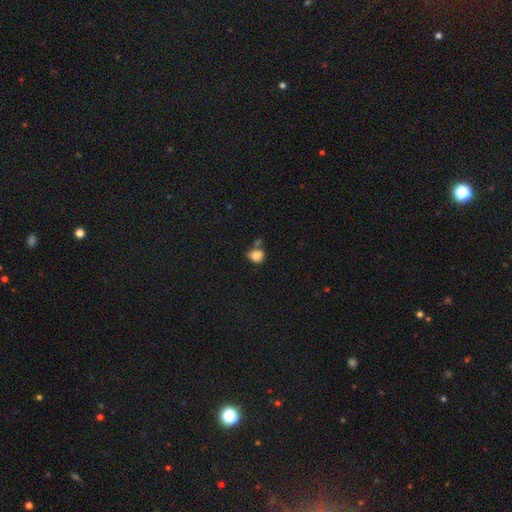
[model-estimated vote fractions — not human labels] Smooth or featured? smooth (81%)
How rounded? round (59%)
Merging? none (49%)